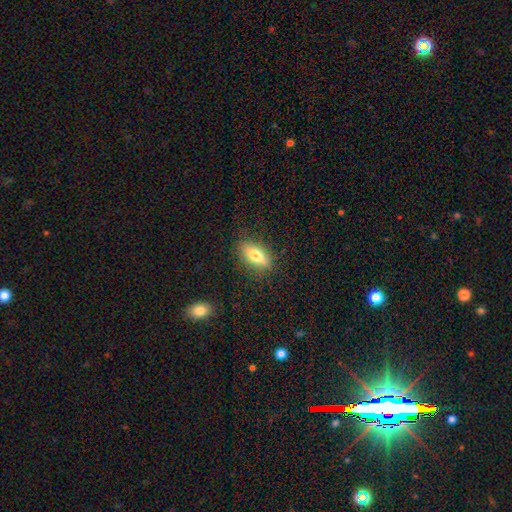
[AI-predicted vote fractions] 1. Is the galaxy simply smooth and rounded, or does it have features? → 62% smooth, 30% featured or disk, 8% star or artifact.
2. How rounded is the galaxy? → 71% in between, 24% cigar-shaped, 5% round.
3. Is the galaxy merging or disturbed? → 83% none, 12% minor disturbance, 3% major disturbance, 1% merger.